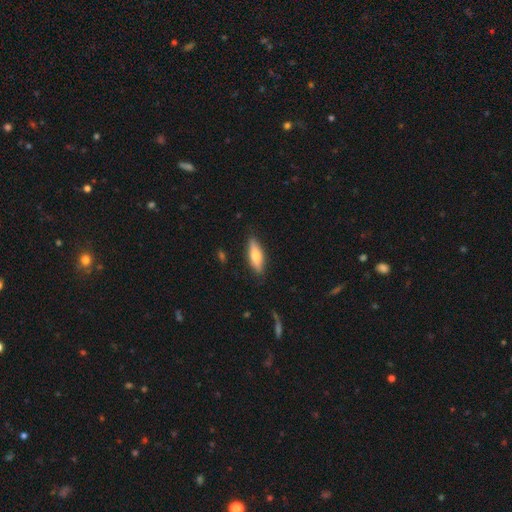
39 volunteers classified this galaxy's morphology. Smooth or featured? 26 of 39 (67%) said smooth. How rounded? 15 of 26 (58%) said cigar-shaped. Merging? 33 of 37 (89%) said none.